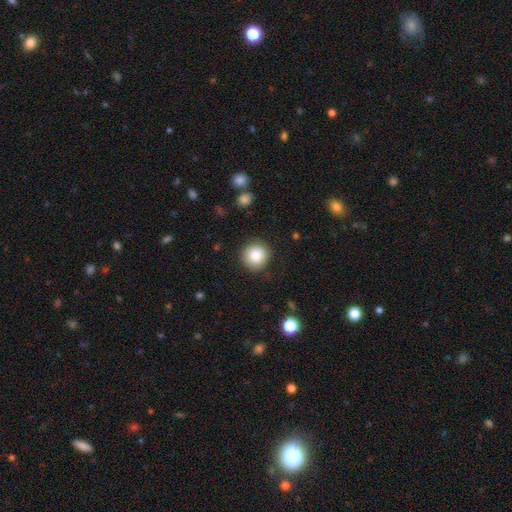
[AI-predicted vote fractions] The model was most divided on "smooth or featured": smooth: 80%, featured or disk: 10%, star or artifact: 10%. More confident: how rounded — round (94%); merging — none (88%).